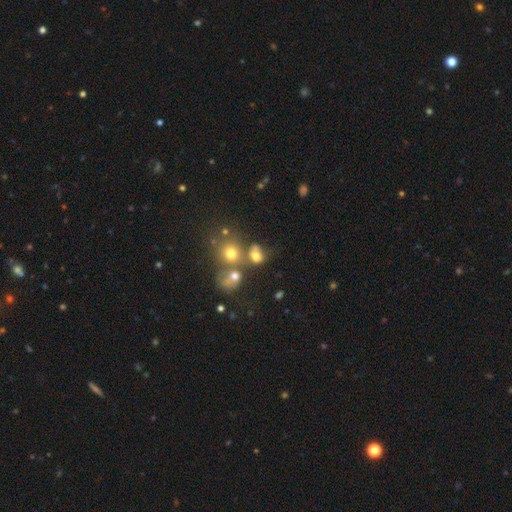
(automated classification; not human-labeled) Q: Smooth or featured?
A: smooth (68%); runner-up: star or artifact (18%)
Q: How rounded?
A: round (56%); runner-up: in between (43%)
Q: Merging?
A: none (39%); runner-up: merger (36%)